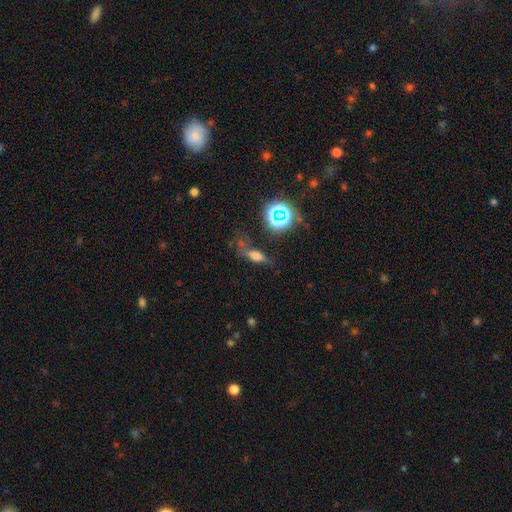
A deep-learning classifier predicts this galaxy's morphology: smooth 52%, featured or disk 26%, star or artifact 22%. Down the decision tree: how rounded — in between (52%); merging — none (53%).